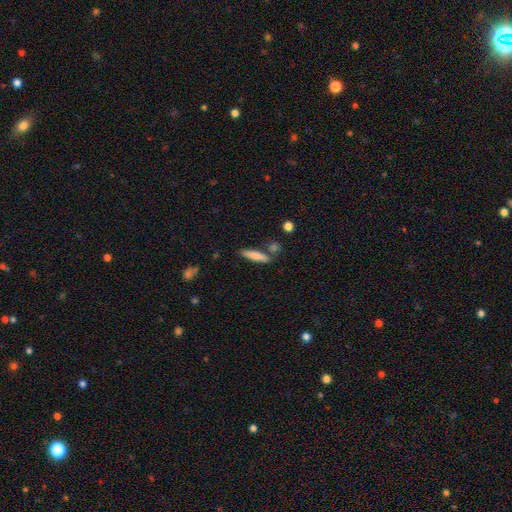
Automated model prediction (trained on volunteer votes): A smooth galaxy with no disk features (71%) that is cigar-shaped (80%). Merging: none (77%).